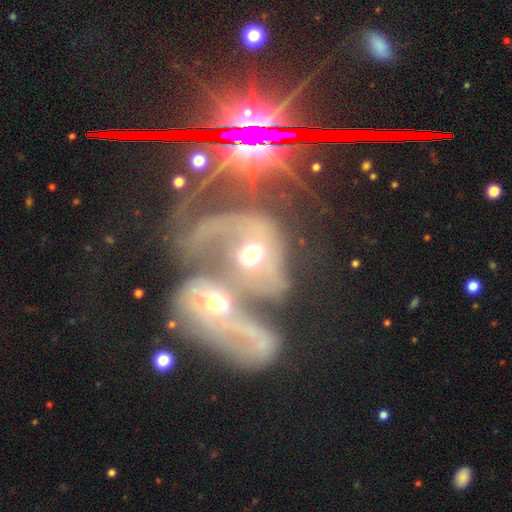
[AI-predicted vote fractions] This is possibly a featured or disk galaxy (57%). It is clearly not viewed edge-on (94%). Bar: likely no (69%). Spiral arm pattern: likely yes (62%). Central bulge: likely moderate (67%). Merging: clearly merger (80%).